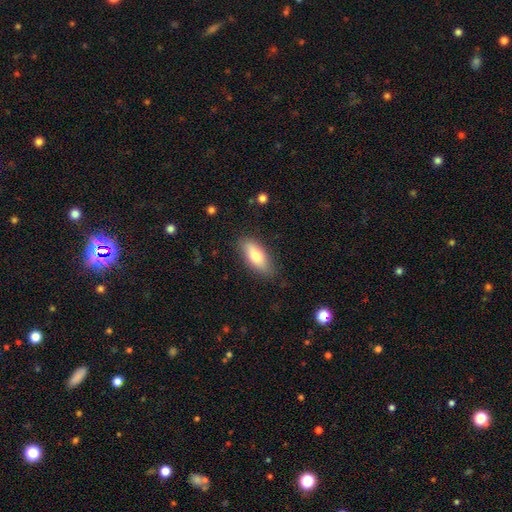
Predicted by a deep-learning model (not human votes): Smooth or featured: smooth — 80% (featured or disk — 14%)
How rounded: in between — 79% (cigar-shaped — 19%)
Merging: none — 82% (minor disturbance — 14%)